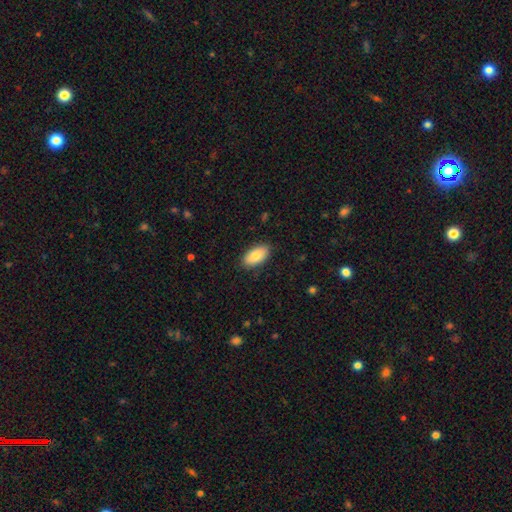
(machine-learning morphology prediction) smooth_or_featured: smooth (p=0.83) [alt: featured or disk p=0.11]
how_rounded: in between (p=0.94) [alt: cigar-shaped p=0.03]
merging: none (p=0.87) [alt: minor disturbance p=0.10]